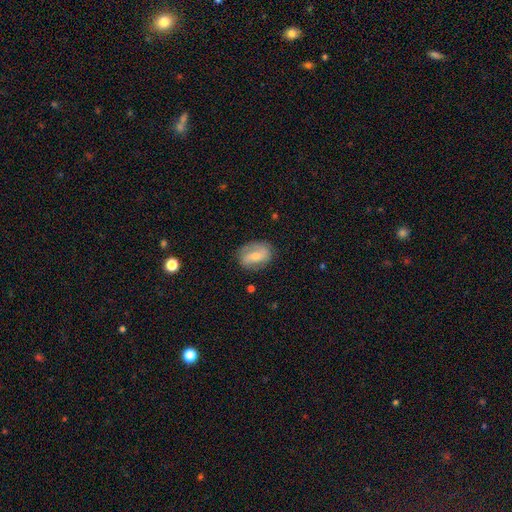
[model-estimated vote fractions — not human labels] Smooth or featured? featured or disk (59%)
Edge-on disk? no (96%)
Bar? weak (39%)
Spiral arms? yes (83%)
Bulge size? moderate (48%)
Merging? none (74%)